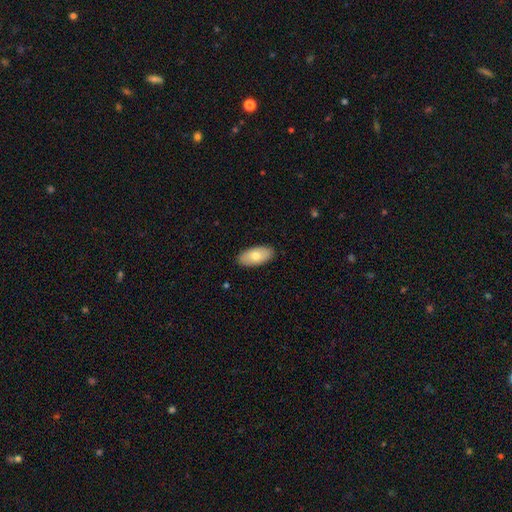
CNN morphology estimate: Q: Smooth or featured?
A: smooth (72%); runner-up: featured or disk (22%)
Q: How rounded?
A: in between (94%); runner-up: cigar-shaped (4%)
Q: Merging?
A: none (88%); runner-up: minor disturbance (9%)